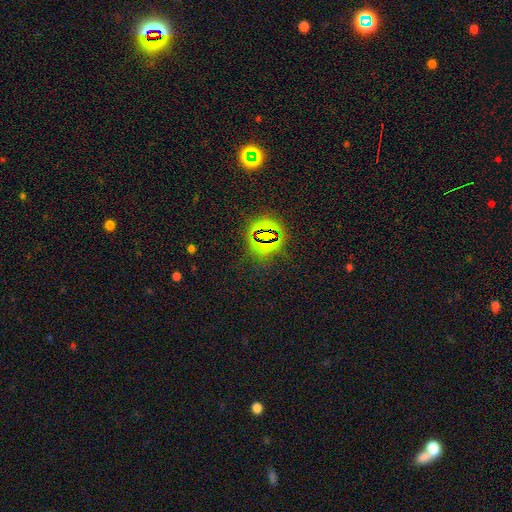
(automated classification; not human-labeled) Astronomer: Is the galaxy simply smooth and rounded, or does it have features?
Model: star or artifact — 74%.